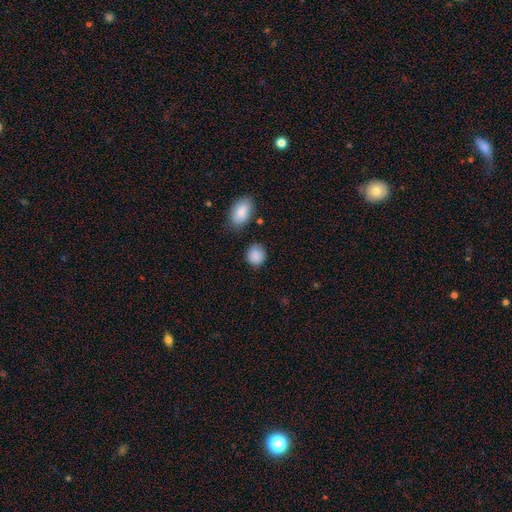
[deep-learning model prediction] This appears to be a smooth galaxy with no disk features (89%) that is round (77%). Merging: none (80%).